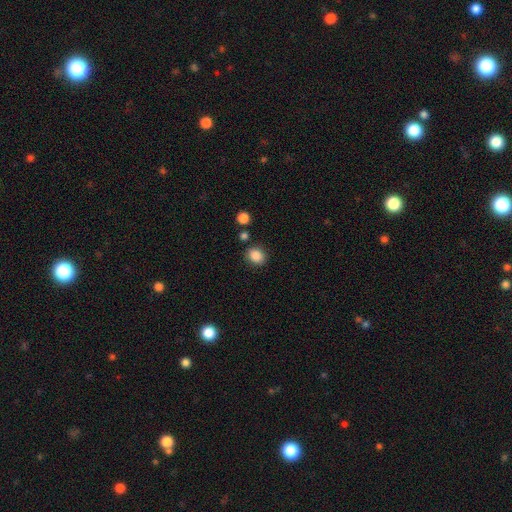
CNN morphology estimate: A smooth galaxy with no disk features (86%) that is round (62%).

Vote fractions:
- Smooth or featured? smooth: 86% / star or artifact: 10% / featured or disk: 4%
- How rounded? round: 62% / in between: 37% / cigar-shaped: 1%
- Merging? none: 84% / minor disturbance: 9% / merger: 4% / major disturbance: 3%